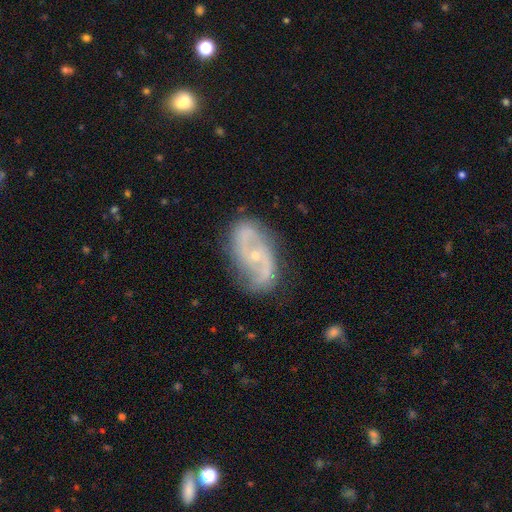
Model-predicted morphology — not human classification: A featured or disk galaxy (83%) with no bar (61%), 2 (82%) medium (47%) spiral arms (91%) and a small central bulge (68%).

Vote fractions:
- Smooth or featured? featured or disk: 83% / smooth: 10% / star or artifact: 7%
- Edge-on disk? no: 95% / yes: 5%
- Bar? no: 61% / weak: 29% / strong: 10%
- Spiral arms? yes: 91% / no: 9%
- Spiral winding? medium: 47% / loose: 28% / tight: 25%
- Spiral arm count? 2: 82% / can't tell: 9% / 3: 3% / 1: 2% / 4: 1% / more than 4: 1%
- Bulge size? small: 68% / moderate: 29% / none: 1% / large: 1% / dominant: 1%
- Merging? none: 74% / minor disturbance: 18% / major disturbance: 6% / merger: 2%